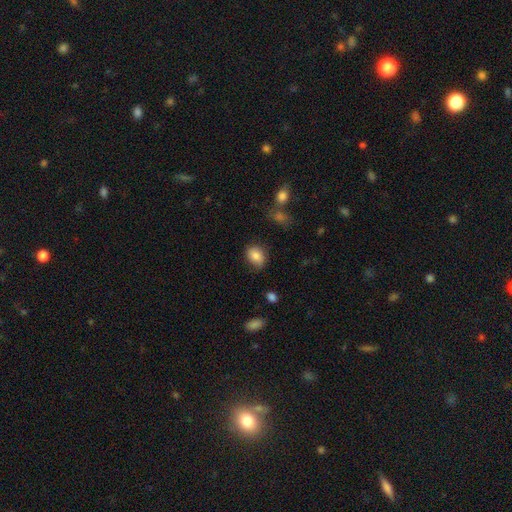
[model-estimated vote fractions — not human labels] The model was most divided on "how rounded": in between: 57%, round: 42%, cigar-shaped: 1%. More confident: smooth or featured — smooth (82%); merging — none (74%).